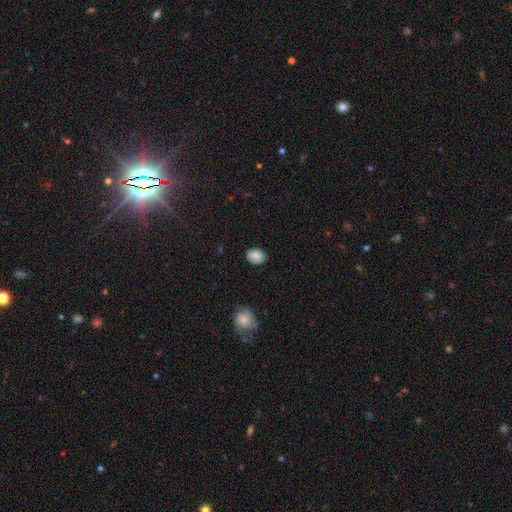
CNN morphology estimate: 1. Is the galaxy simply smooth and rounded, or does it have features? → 85% smooth, 8% star or artifact, 7% featured or disk.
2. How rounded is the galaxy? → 56% in between, 43% round, 1% cigar-shaped.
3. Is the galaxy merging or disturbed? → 84% none, 12% minor disturbance, 2% major disturbance, 1% merger.